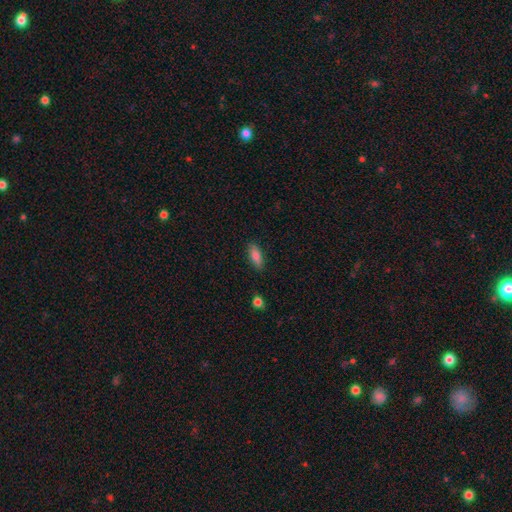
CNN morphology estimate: Smooth or featured: smooth — 83% (featured or disk — 10%)
How rounded: in between — 71% (cigar-shaped — 27%)
Merging: none — 86% (minor disturbance — 10%)